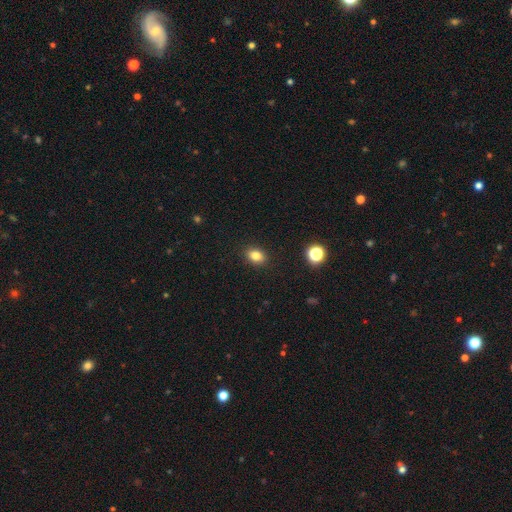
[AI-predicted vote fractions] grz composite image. It shows a smooth galaxy with no disk features (82%) that is in between round and cigar-shaped (70%). Merging: none (89%).